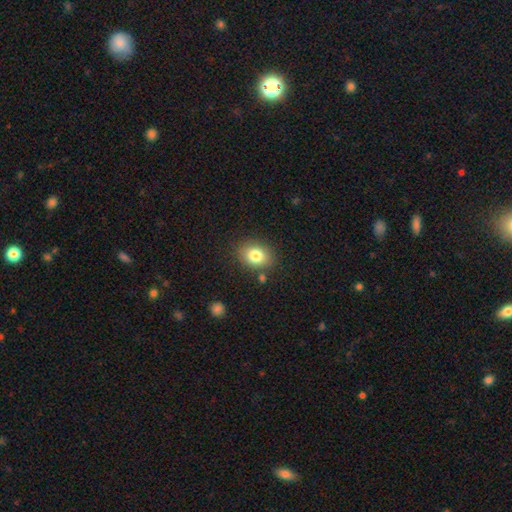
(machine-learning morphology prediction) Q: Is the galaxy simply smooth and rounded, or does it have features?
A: smooth — 81%.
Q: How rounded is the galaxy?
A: in between — 55%.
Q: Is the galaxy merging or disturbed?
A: none — 82%.